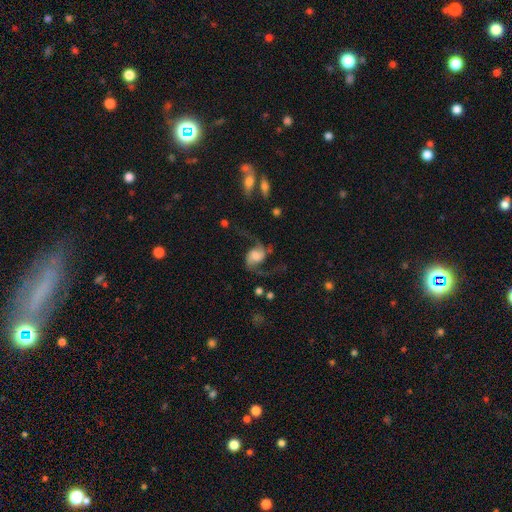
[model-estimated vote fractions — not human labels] This is clearly a featured or disk galaxy (84%). It is clearly not viewed edge-on (98%). Bar: possibly no (58%). Spiral arm pattern: clearly yes (96%). Spiral arm count: clearly 2 (92%). Spiral winding: likely loose (73%). Central bulge: marginally large (41%). Merging: likely none (64%).